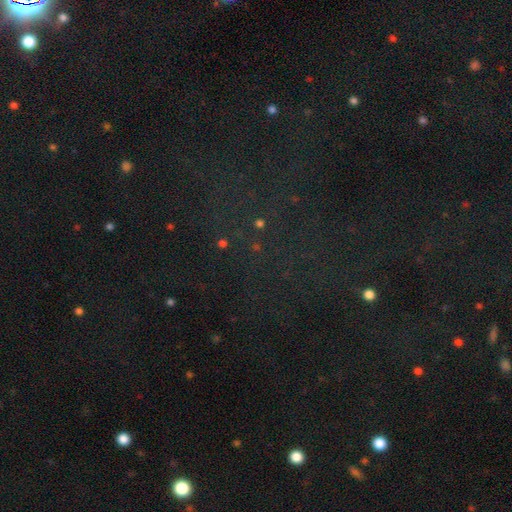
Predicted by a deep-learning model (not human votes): smooth_or_featured: star or artifact (p=0.71) [alt: smooth p=0.18]